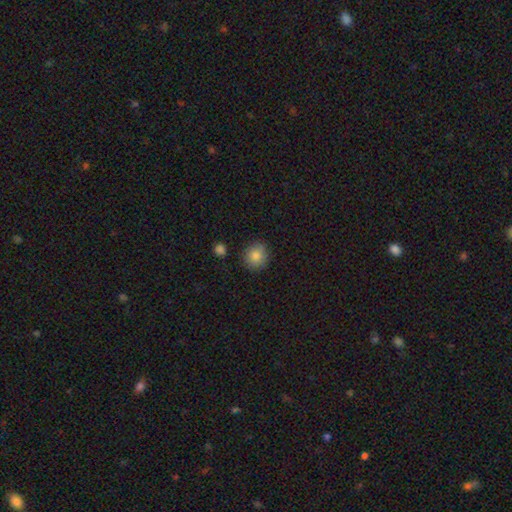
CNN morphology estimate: A smooth galaxy with no disk features (85%) that is round (85%).

Vote fractions:
- Smooth or featured? smooth: 85% / star or artifact: 9% / featured or disk: 6%
- How rounded? round: 85% / in between: 14% / cigar-shaped: 1%
- Merging? none: 84% / minor disturbance: 11% / major disturbance: 3% / merger: 2%